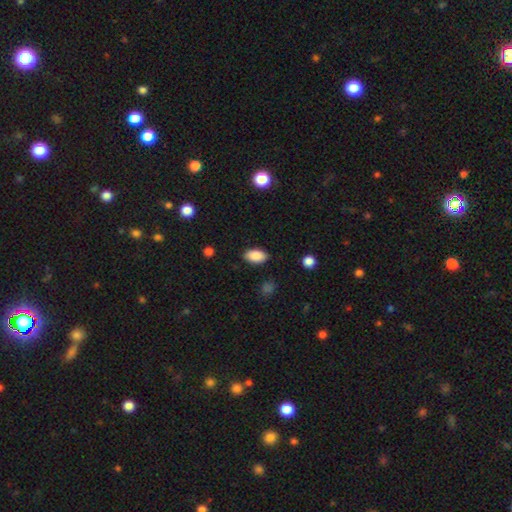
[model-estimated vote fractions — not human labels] This appears to be a smooth galaxy with no disk features (87%) that is in between round and cigar-shaped (93%). Merging: none (86%).